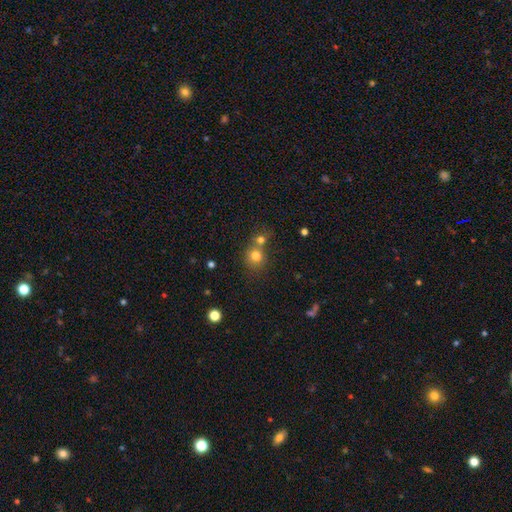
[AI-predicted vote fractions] smooth 78%, star or artifact 13%, featured or disk 9%. Down the decision tree: how rounded — round (80%); merging — none (47%).